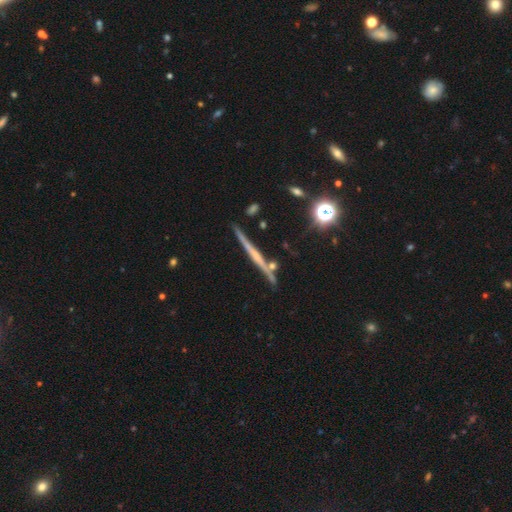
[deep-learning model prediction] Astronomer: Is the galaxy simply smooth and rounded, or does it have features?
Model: featured or disk — 65%.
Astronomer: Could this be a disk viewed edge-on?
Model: yes — 97%.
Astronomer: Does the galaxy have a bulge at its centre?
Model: none — 65%.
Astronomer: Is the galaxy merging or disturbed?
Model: none — 83%.